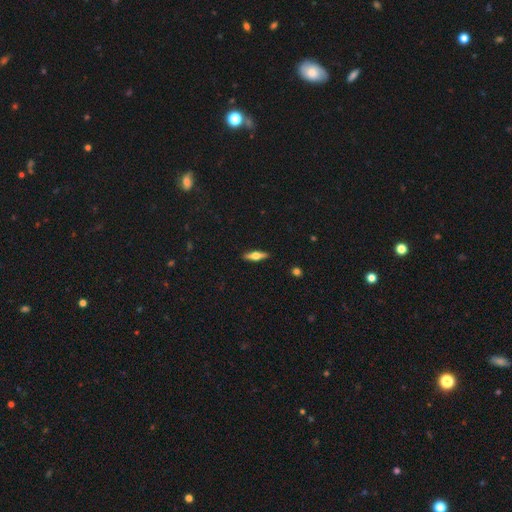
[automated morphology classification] This appears to be a featured or disk galaxy (54%) viewed edge-on (95%) with a rounded central bulge (93%). Merging: none (90%).